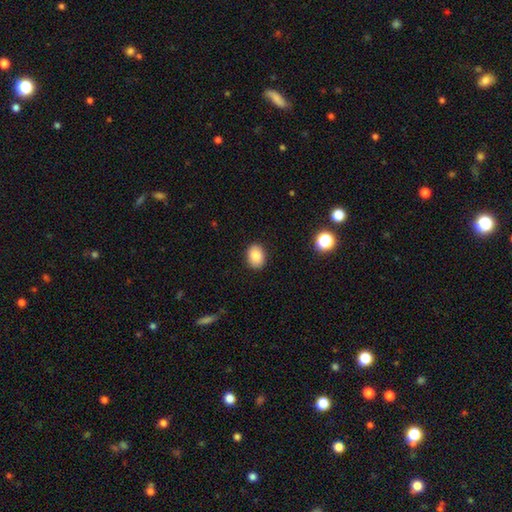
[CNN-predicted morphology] This is clearly a smooth galaxy (86%). How rounded: likely in between (65%). Merging: clearly none (87%).